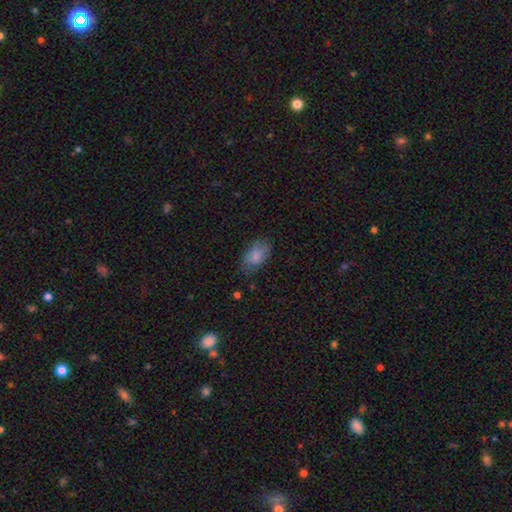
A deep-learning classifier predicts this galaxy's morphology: This is clearly a smooth galaxy (85%). How rounded: clearly in between (92%). Merging: likely none (75%).